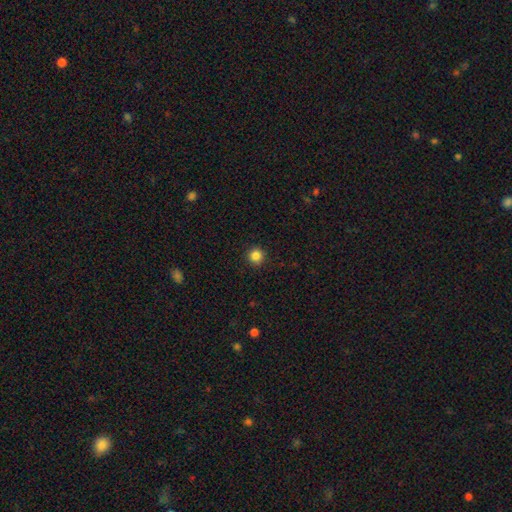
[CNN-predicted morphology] Smooth or featured? smooth (85%)
How rounded? round (95%)
Merging? none (92%)